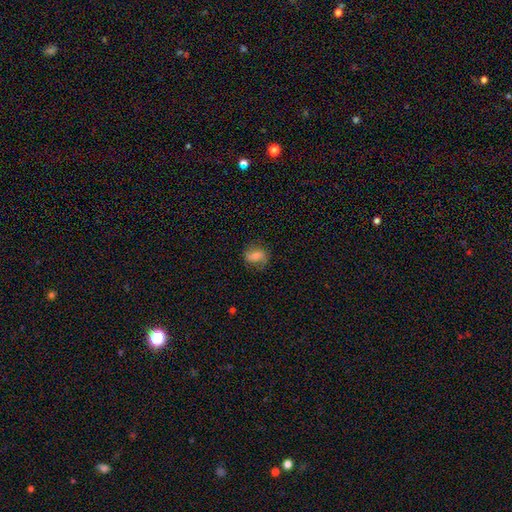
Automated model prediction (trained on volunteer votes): Smooth or featured? Predicted: smooth (p=0.48). Merging? Predicted: none (p=0.72).